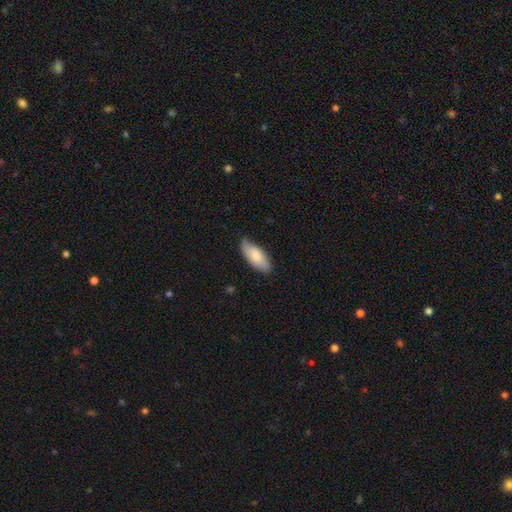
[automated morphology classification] Smooth or featured?
  - smooth: 73% *
  - featured or disk: 22%
  - star or artifact: 5%
How rounded?
  - in between: 86% *
  - cigar-shaped: 12%
  - round: 2%
Merging?
  - none: 73% *
  - minor disturbance: 23%
  - major disturbance: 3%
  - merger: 1%